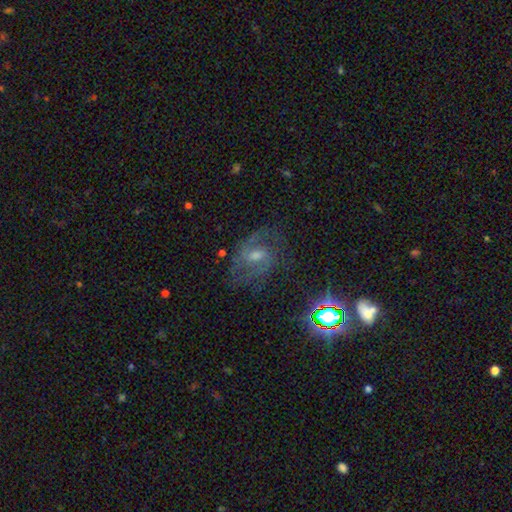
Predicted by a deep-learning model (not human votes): The model was most divided on "bulge size": moderate: 52%, small: 32%, none: 8%, large: 6%, dominant: 1%. More confident: edge-on disk — no (96%); spiral arms — yes (88%); smooth or featured — featured or disk (70%); spiral arm count — 2 (66%); merging — none (61%); bar — weak (54%); spiral winding — medium (51%).